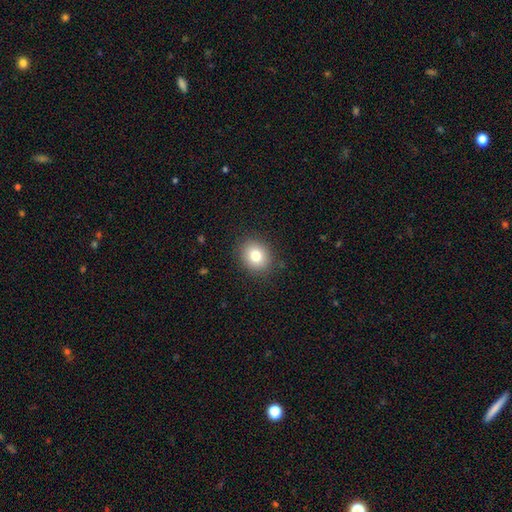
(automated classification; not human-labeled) smooth 81%, star or artifact 10%, featured or disk 9%. Down the decision tree: how rounded — round (62%); merging — none (88%).